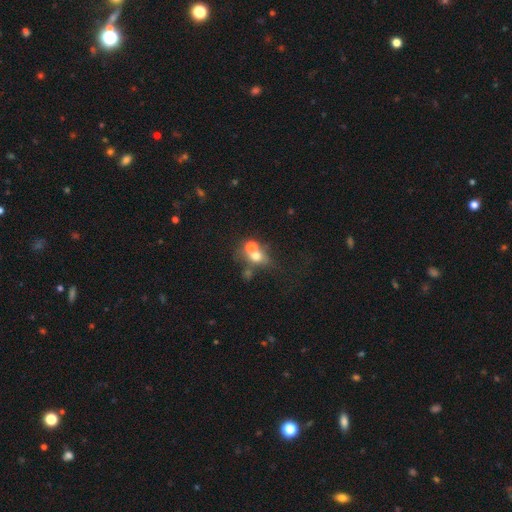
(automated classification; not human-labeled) Overall: smooth (61%). How rounded: round (71%). Merging: merger (52%; none 33%).